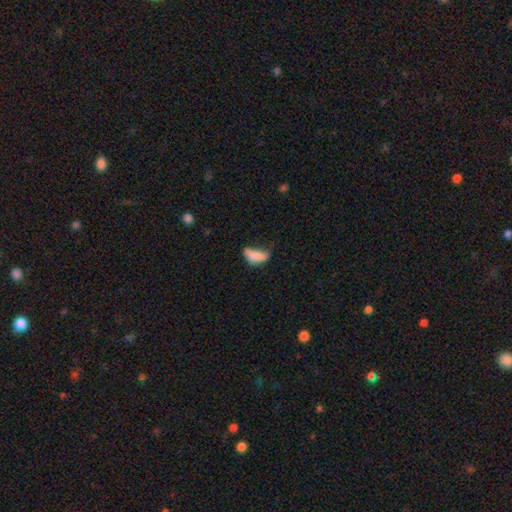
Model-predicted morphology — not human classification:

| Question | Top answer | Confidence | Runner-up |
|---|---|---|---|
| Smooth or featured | smooth | 75% | featured or disk (15%) |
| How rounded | in between | 84% | cigar-shaped (13%) |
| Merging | major disturbance | 36% | minor disturbance (33%) |